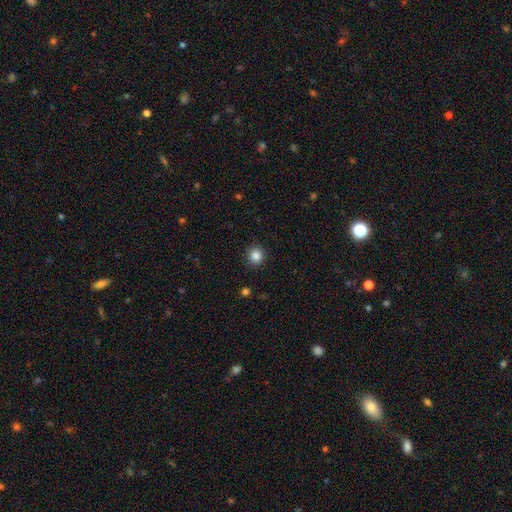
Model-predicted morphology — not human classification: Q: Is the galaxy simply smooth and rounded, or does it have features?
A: smooth — 85%.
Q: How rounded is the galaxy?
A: round — 92%.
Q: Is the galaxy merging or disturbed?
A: none — 92%.